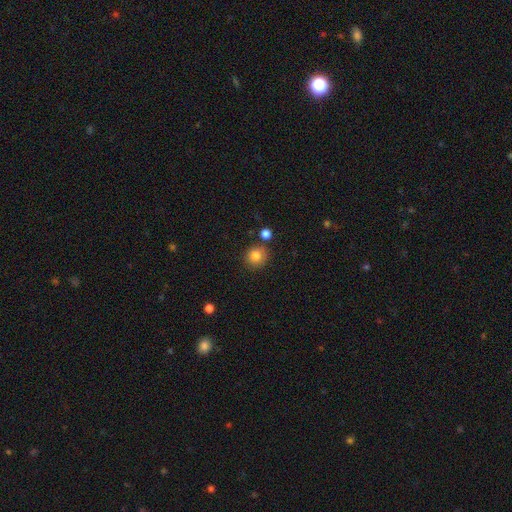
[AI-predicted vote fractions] This is clearly a smooth galaxy (83%). How rounded: clearly round (89%). Merging: clearly none (80%).